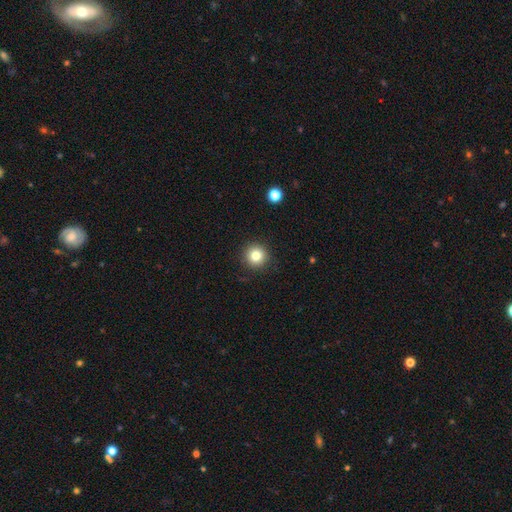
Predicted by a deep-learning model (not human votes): Smooth or featured? smooth (81%)
How rounded? round (96%)
Merging? none (91%)